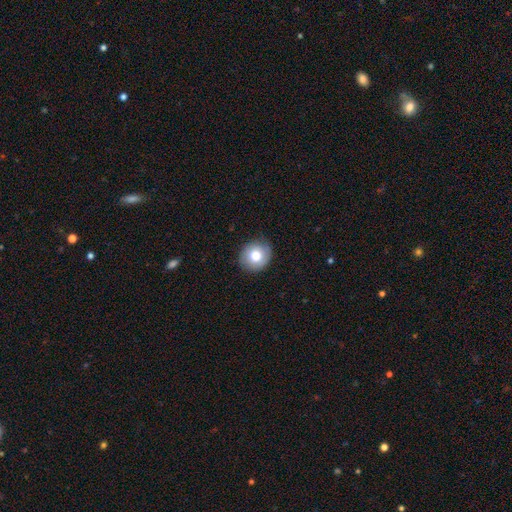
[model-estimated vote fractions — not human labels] Smooth or featured: smooth — 77% (featured or disk — 15%)
How rounded: round — 82% (in between — 17%)
Merging: none — 83% (minor disturbance — 13%)